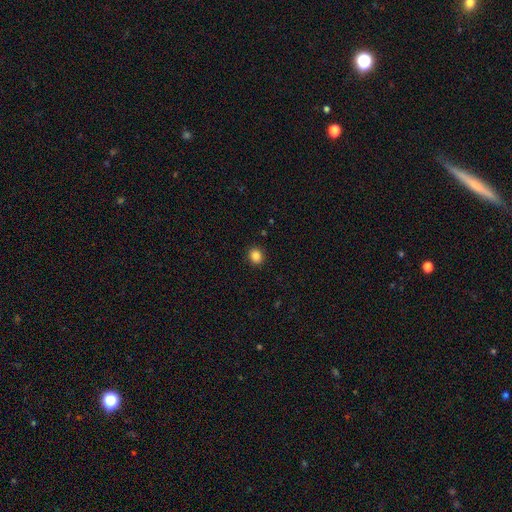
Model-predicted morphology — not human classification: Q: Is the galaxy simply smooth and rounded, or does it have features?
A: smooth — 86%.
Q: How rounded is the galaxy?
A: round — 78%.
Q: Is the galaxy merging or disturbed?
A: none — 91%.